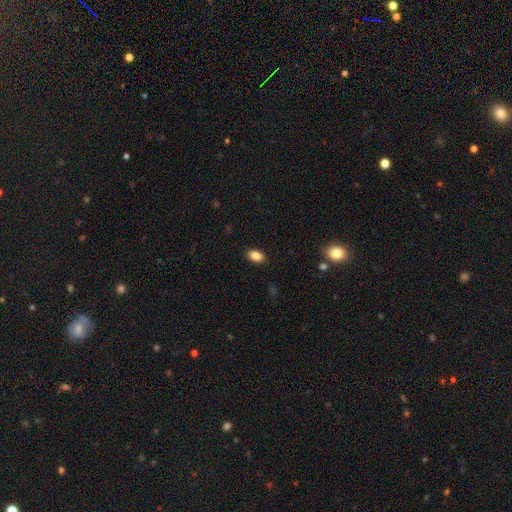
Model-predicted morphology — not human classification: Smooth or featured: smooth — 86% (star or artifact — 9%)
How rounded: in between — 89% (round — 9%)
Merging: none — 89% (minor disturbance — 8%)